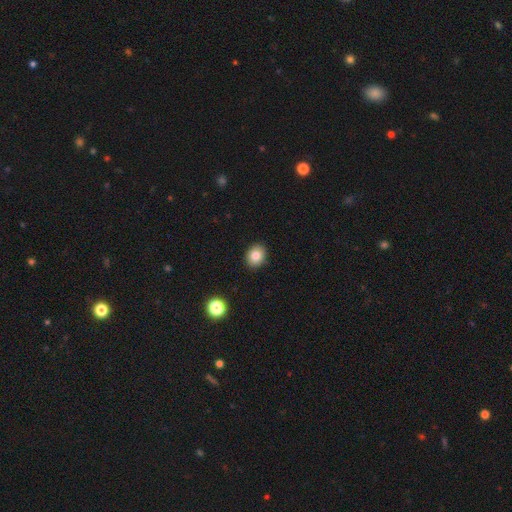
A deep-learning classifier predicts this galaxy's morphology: This appears to be a smooth galaxy with no disk features (83%) that is round (53%). Merging: none (91%).